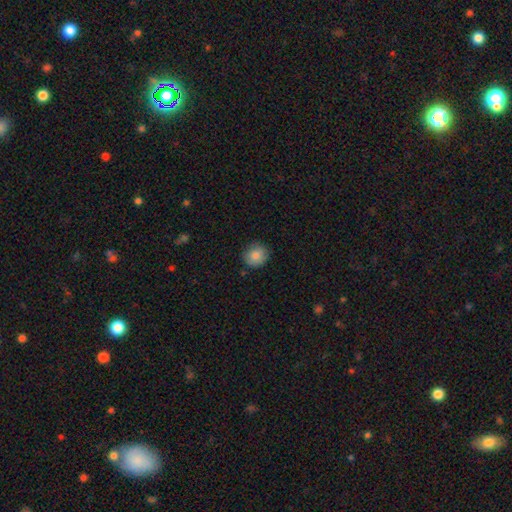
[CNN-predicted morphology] smooth_or_featured: smooth (p=0.86) [alt: star or artifact p=0.08]
how_rounded: round (p=0.83) [alt: in between p=0.16]
merging: none (p=0.82) [alt: minor disturbance p=0.14]